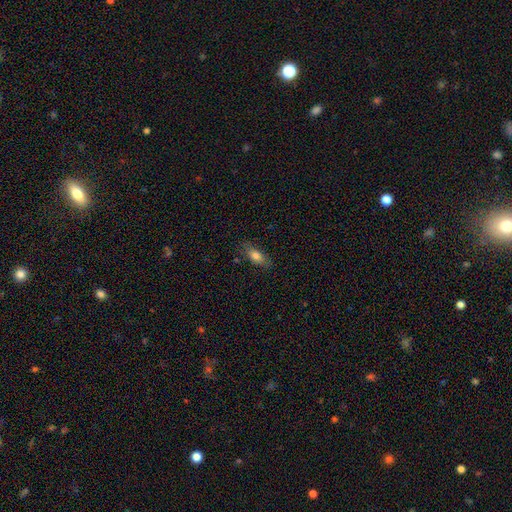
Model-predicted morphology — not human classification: A smooth galaxy with no disk features (77%) that is in between round and cigar-shaped (75%).

Vote fractions:
- Smooth or featured? smooth: 77% / featured or disk: 15% / star or artifact: 8%
- How rounded? in between: 75% / cigar-shaped: 21% / round: 4%
- Merging? none: 80% / minor disturbance: 15% / major disturbance: 4% / merger: 2%